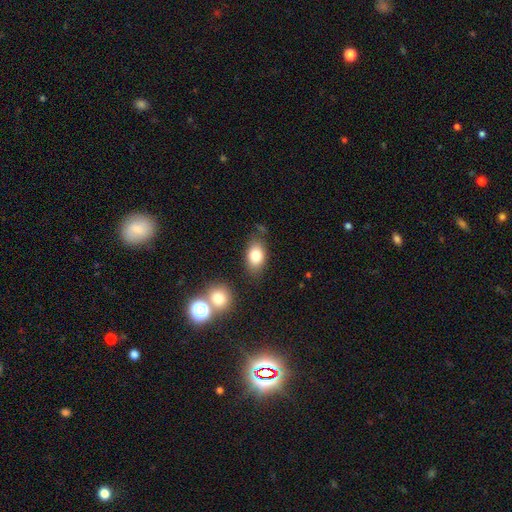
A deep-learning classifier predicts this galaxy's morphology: Smooth or featured?
  - smooth: 81% *
  - featured or disk: 10%
  - star or artifact: 9%
How rounded?
  - in between: 84% *
  - round: 14%
  - cigar-shaped: 2%
Merging?
  - none: 75% *
  - minor disturbance: 15%
  - merger: 6%
  - major disturbance: 4%